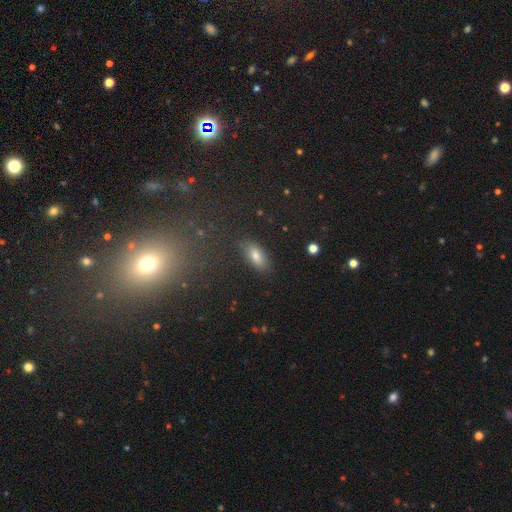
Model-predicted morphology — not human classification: Smooth or featured? Predicted: smooth (p=0.74). How rounded? Predicted: in between (p=0.84). Merging? Predicted: none (p=0.86).